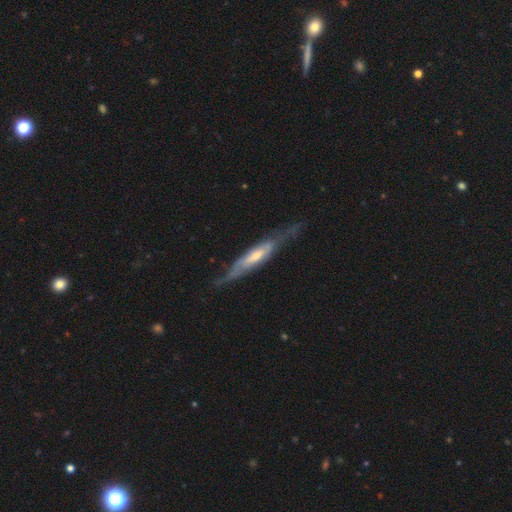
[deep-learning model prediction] This is likely a featured or disk galaxy (70%). It is likely viewed edge-on (65%). Merging: likely none (61%).